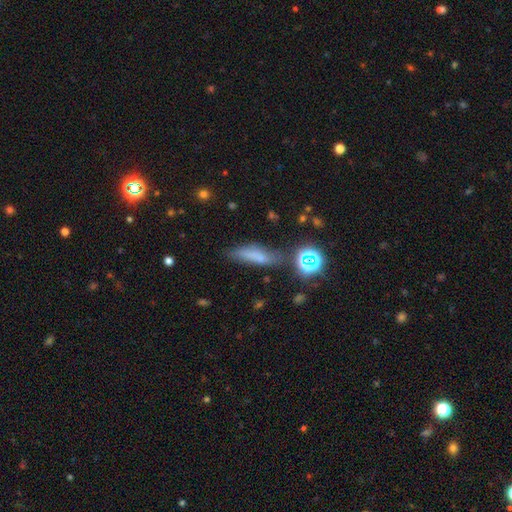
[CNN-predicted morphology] Smooth or featured? Predicted: smooth (p=0.66). How rounded? Predicted: cigar-shaped (p=0.59). Merging? Predicted: none (p=0.64).